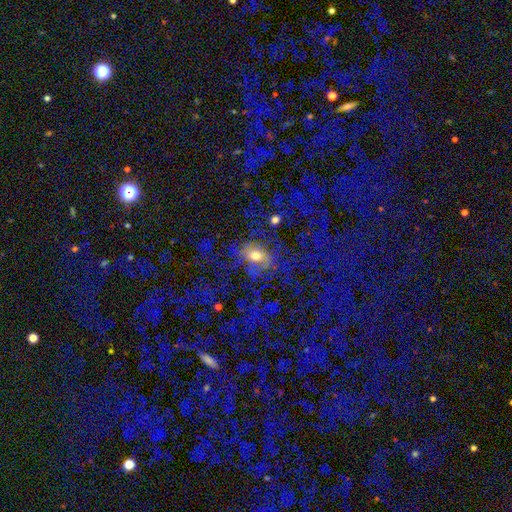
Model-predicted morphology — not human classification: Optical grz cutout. It shows a featured or disk galaxy (38%). Merging: none (49%).